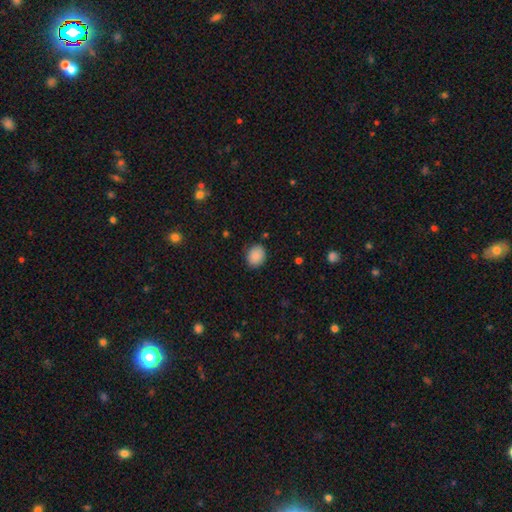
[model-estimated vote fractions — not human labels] Smooth or featured? smooth (89%)
How rounded? round (52%)
Merging? none (84%)